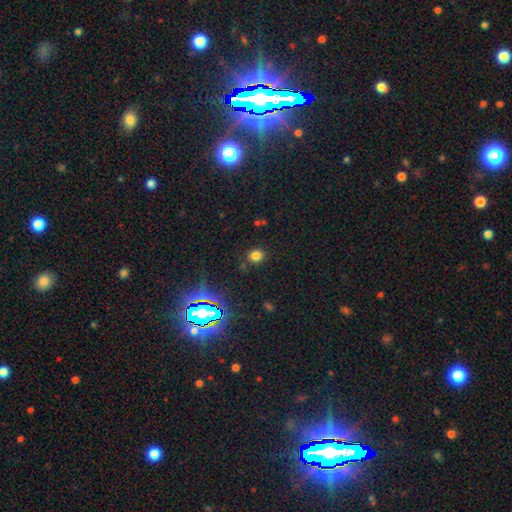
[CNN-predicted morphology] The model was most divided on "how rounded": round: 73%, in between: 26%, cigar-shaped: 1%. More confident: merging — none (83%); smooth or featured — smooth (72%).